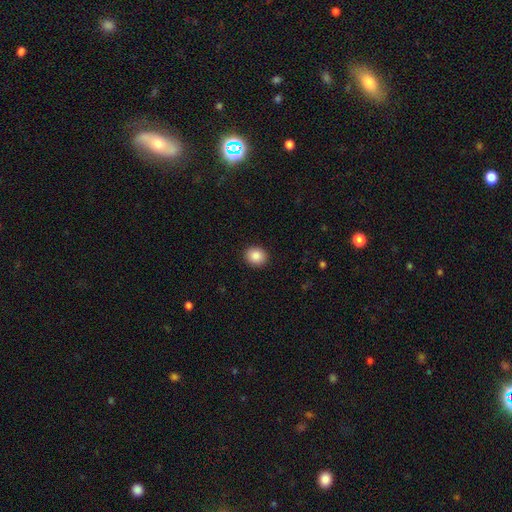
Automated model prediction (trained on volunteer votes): smooth 88%, star or artifact 8%, featured or disk 4%. Down the decision tree: how rounded — round (72%); merging — none (91%).